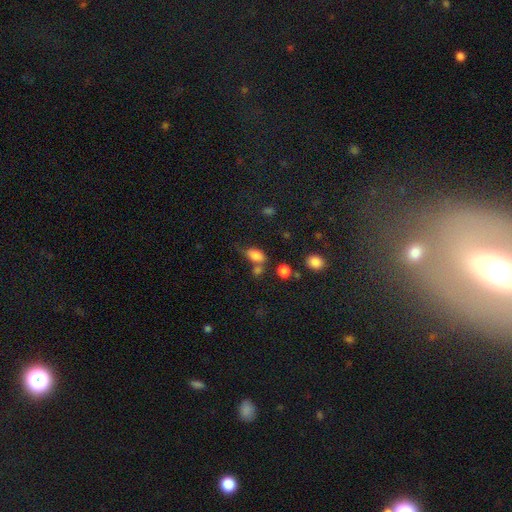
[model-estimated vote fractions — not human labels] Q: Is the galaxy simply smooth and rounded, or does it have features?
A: smooth — 81%.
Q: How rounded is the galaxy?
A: in between — 87%.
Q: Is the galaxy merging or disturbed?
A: none — 44%.